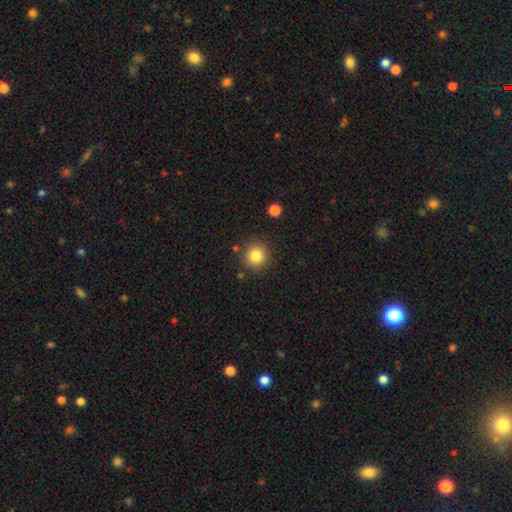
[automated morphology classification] Overall: smooth (82%). How rounded: round (93%). Merging: none (88%).